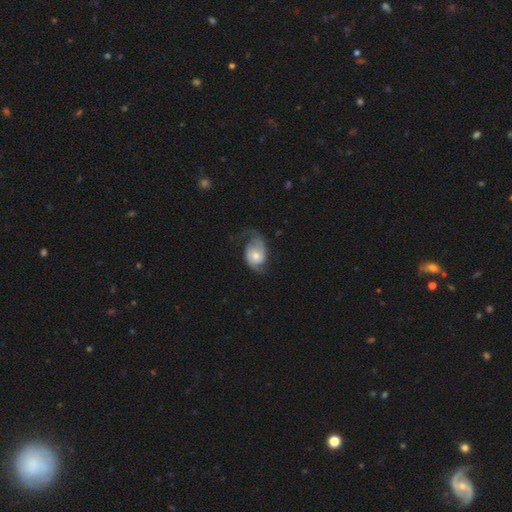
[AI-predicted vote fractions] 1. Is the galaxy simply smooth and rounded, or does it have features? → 71% featured or disk, 23% smooth, 6% star or artifact.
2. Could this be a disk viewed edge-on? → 97% no, 3% yes.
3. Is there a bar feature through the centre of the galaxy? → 70% no, 24% weak, 6% strong.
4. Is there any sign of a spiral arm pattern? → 90% yes, 10% no.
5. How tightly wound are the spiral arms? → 48% loose, 36% medium, 16% tight.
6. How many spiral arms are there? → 80% 2, 10% 1, 6% can't tell, 1% 3, 1% 4, 1% more than 4.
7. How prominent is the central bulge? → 57% moderate, 34% small, 6% large, 2% none, 1% dominant.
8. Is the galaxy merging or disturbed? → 54% none, 22% minor disturbance, 22% major disturbance, 2% merger.